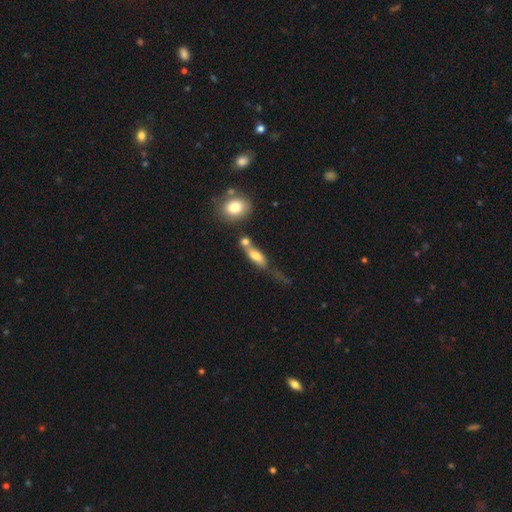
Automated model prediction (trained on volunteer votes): Overall: smooth (67%). How rounded: in between (67%; cigar-shaped 28%). Merging: merger (38%; none 28%).